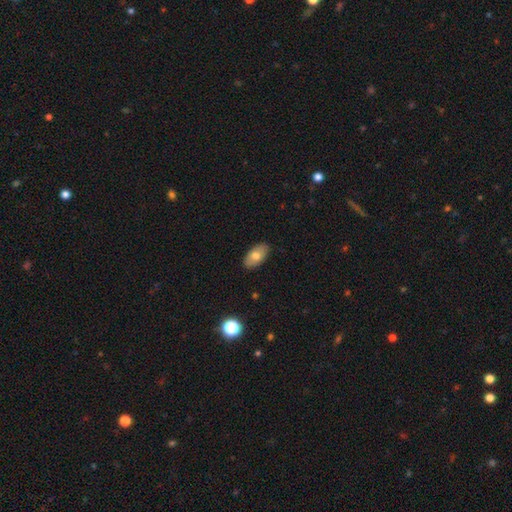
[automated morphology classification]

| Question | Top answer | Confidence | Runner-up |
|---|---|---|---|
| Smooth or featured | smooth | 73% | featured or disk (20%) |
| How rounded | in between | 93% | round (4%) |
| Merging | none | 87% | minor disturbance (10%) |